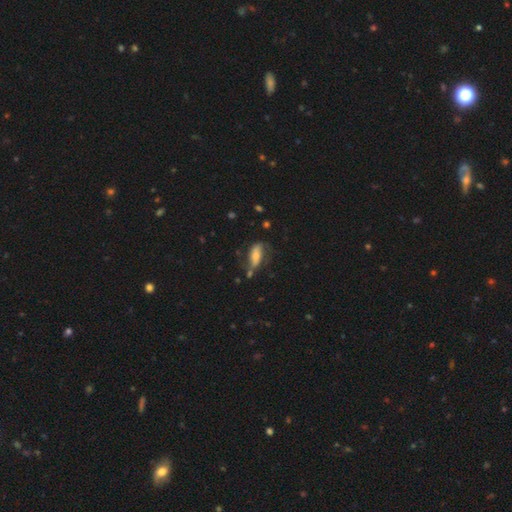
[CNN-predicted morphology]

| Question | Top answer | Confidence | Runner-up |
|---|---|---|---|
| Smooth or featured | smooth | 53% | featured or disk (39%) |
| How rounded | in between | 71% | cigar-shaped (26%) |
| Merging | none | 50% | minor disturbance (26%) |